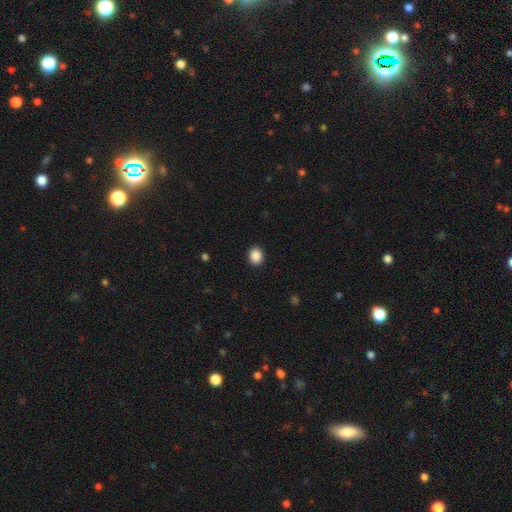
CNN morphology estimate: smooth 88%, star or artifact 9%, featured or disk 3%. Down the decision tree: how rounded — round (62%); merging — none (91%).